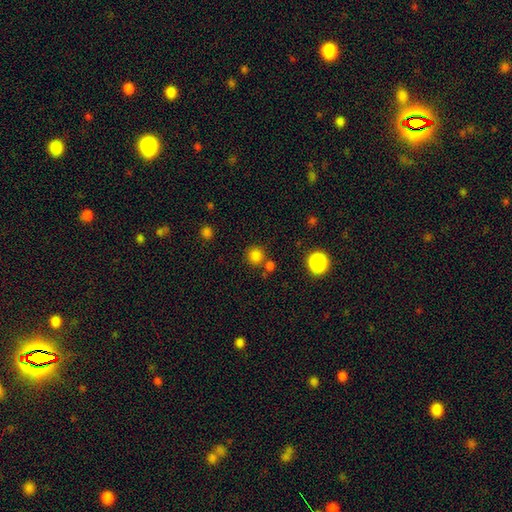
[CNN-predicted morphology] type=smooth (80%); roundness=round (92%); merging=none (73%).